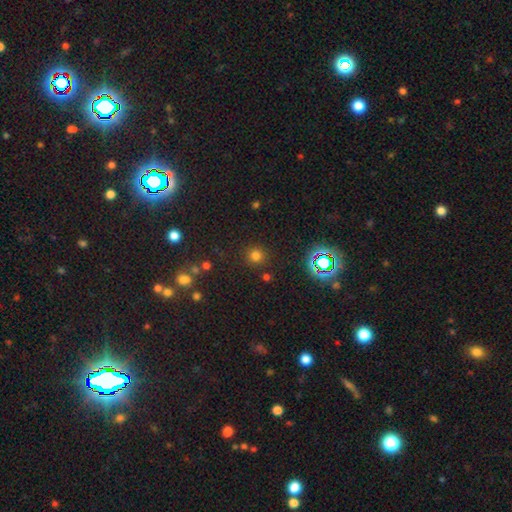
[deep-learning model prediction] Smooth or featured: smooth — 71% (star or artifact — 23%)
How rounded: round — 92% (in between — 7%)
Merging: none — 86% (minor disturbance — 7%)